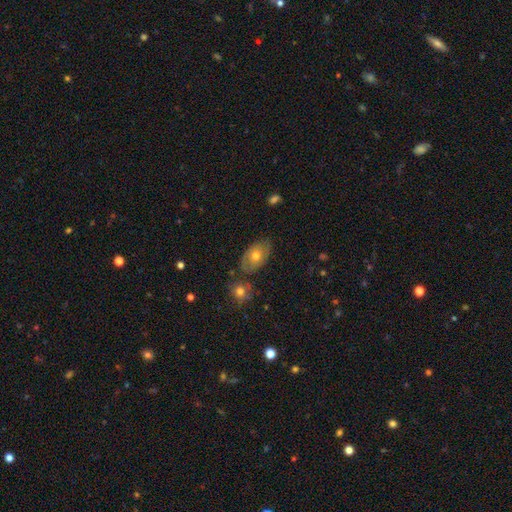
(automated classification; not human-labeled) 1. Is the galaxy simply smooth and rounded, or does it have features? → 49% smooth, 42% featured or disk, 9% star or artifact.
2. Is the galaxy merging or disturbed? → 71% none, 18% minor disturbance, 6% merger, 5% major disturbance.